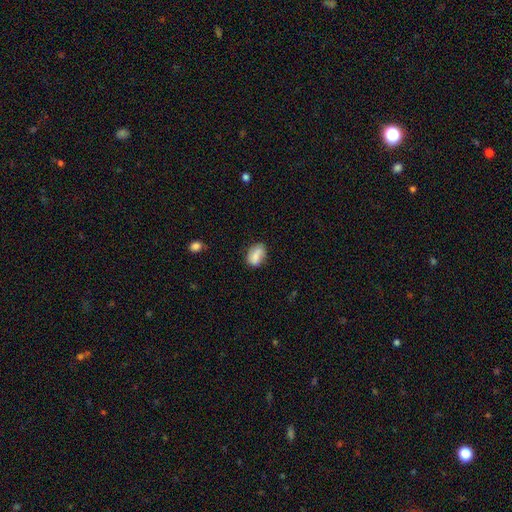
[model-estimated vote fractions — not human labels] A smooth galaxy with no disk features (76%) that is in between round and cigar-shaped (80%).

Vote fractions:
- Smooth or featured? smooth: 76% / featured or disk: 16% / star or artifact: 8%
- How rounded? in between: 80% / round: 18% / cigar-shaped: 2%
- Merging? none: 59% / minor disturbance: 25% / merger: 10% / major disturbance: 7%